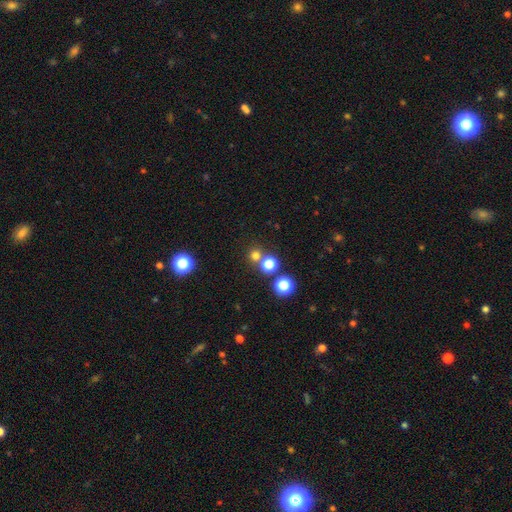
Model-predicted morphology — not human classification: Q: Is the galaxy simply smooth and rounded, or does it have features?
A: smooth — 72%.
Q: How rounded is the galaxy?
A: round — 92%.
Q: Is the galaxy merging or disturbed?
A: none — 68%.